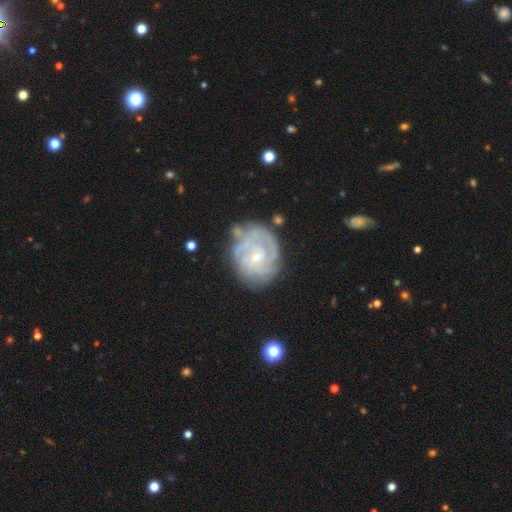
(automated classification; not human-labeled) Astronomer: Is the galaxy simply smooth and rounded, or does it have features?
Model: featured or disk — 80%.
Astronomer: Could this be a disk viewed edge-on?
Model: no — 98%.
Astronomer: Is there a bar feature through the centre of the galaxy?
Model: no — 56% (runner-up: weak, 37%).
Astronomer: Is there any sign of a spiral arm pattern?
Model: yes — 87%.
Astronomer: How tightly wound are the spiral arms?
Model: tight — 68%.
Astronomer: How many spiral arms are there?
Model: can't tell — 44% (runner-up: 2, 23%).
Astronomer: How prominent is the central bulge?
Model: small — 71%.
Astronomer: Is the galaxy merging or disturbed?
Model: none — 62%.